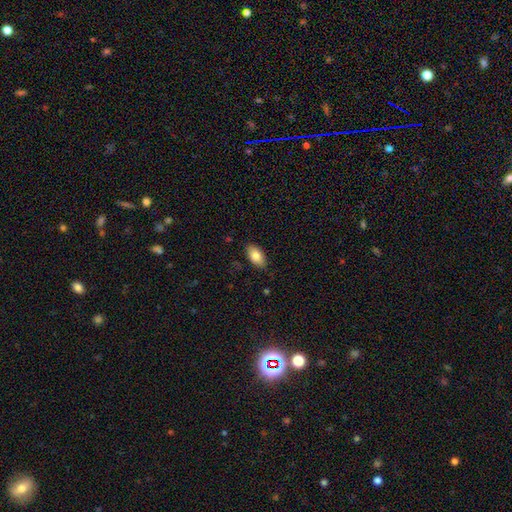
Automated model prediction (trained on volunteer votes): This appears to be a smooth galaxy with no disk features (83%) that is in between round and cigar-shaped (93%). Merging: none (84%).